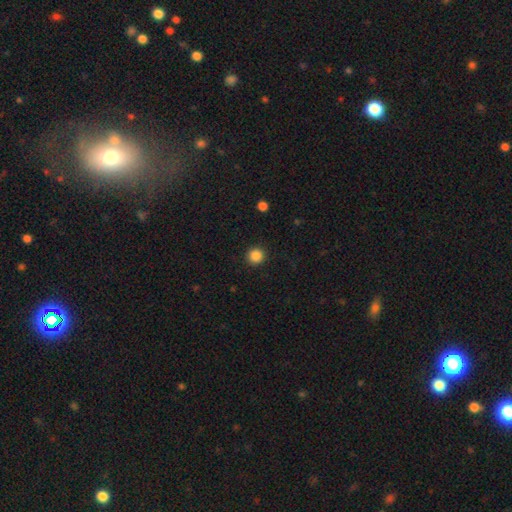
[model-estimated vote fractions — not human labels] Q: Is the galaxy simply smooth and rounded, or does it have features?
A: smooth — 86%.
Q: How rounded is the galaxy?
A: round — 95%.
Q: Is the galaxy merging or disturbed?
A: none — 92%.